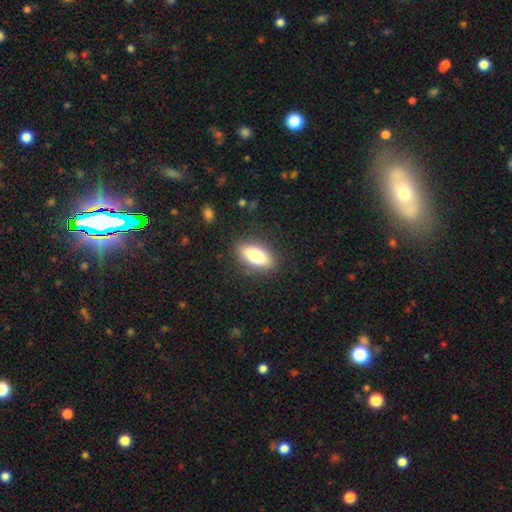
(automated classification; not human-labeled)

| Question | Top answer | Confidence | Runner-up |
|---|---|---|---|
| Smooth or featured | smooth | 74% | featured or disk (18%) |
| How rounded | in between | 78% | cigar-shaped (18%) |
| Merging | none | 86% | minor disturbance (10%) |